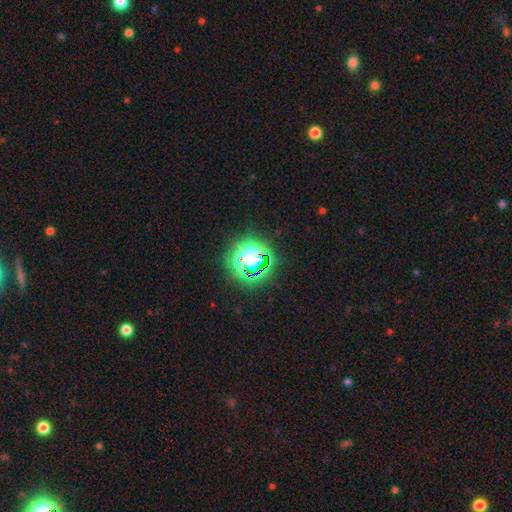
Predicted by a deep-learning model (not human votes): The model was most divided on "smooth or featured": star or artifact: 59%, smooth: 30%, featured or disk: 11%.